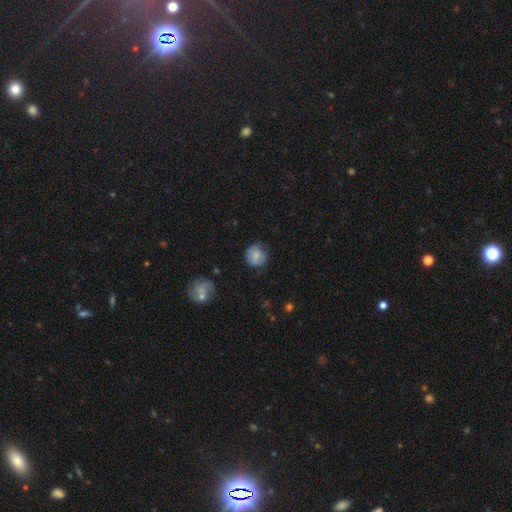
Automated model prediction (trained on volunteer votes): Smooth or featured? Predicted: smooth (p=0.68). How rounded? Predicted: round (p=0.84). Merging? Predicted: none (p=0.69).